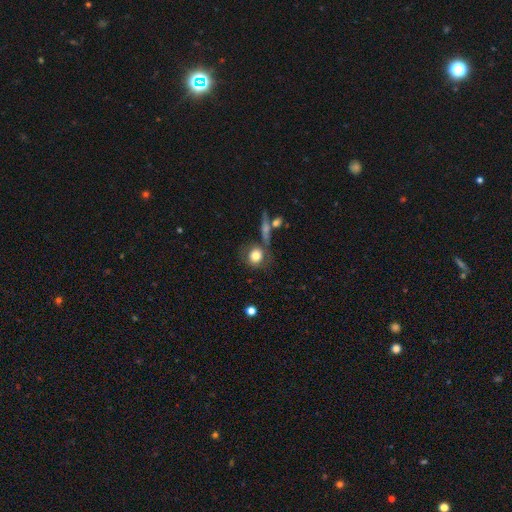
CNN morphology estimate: type=smooth (77%); roundness=round (78%); merging=none (63%).